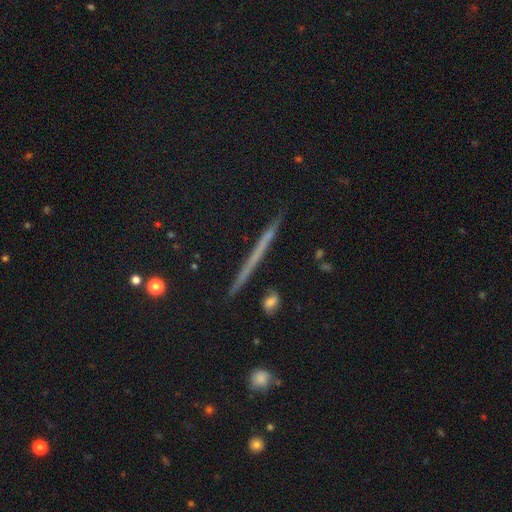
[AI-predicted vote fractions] Smooth or featured? Predicted: featured or disk (p=0.49). Merging? Predicted: none (p=0.91).